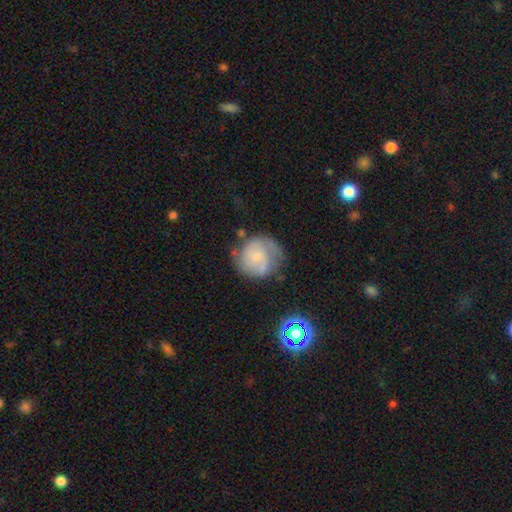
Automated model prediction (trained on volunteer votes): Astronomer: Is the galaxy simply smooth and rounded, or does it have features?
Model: featured or disk — 57% (runner-up: smooth, 34%).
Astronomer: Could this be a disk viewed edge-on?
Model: no — 98%.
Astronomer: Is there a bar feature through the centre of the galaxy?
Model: no — 71%.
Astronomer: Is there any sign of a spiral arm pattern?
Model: yes — 83%.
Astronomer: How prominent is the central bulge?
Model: small — 70%.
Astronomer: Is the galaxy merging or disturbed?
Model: none — 55%.